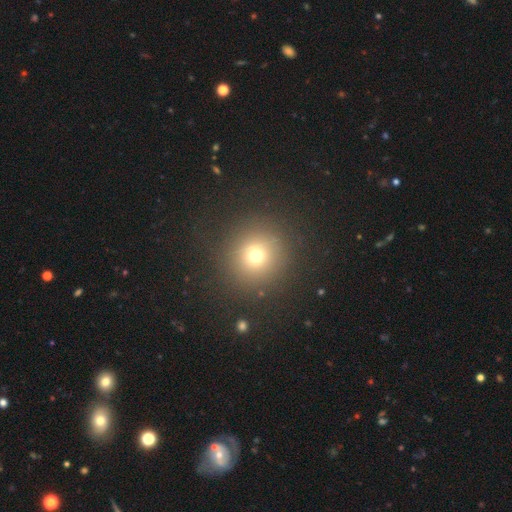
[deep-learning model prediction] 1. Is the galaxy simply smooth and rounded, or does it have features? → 70% smooth, 19% star or artifact, 10% featured or disk.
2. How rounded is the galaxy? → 93% round, 6% in between, 1% cigar-shaped.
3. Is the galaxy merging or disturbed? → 87% none, 7% minor disturbance, 5% major disturbance, 2% merger.